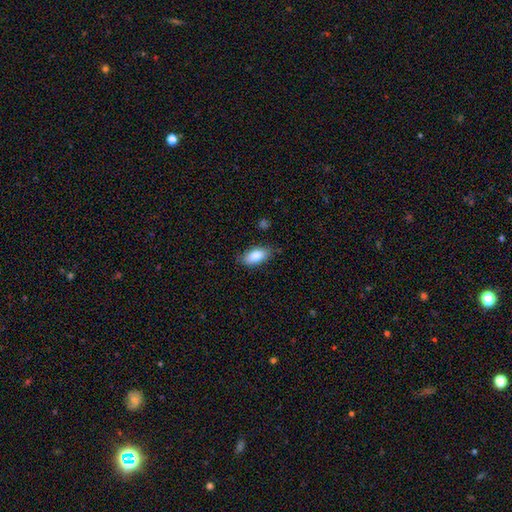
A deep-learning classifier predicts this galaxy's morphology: Smooth or featured? Predicted: smooth (p=0.83). How rounded? Predicted: in between (p=0.91). Merging? Predicted: none (p=0.81).